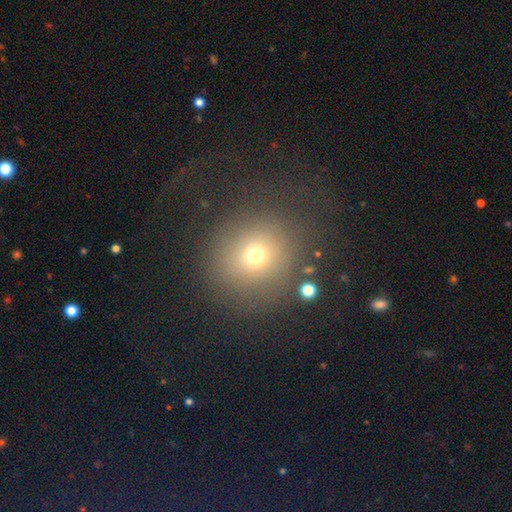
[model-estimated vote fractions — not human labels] smooth_or_featured: smooth (p=0.65) [alt: star or artifact p=0.20]
how_rounded: round (p=0.87) [alt: in between p=0.12]
merging: none (p=0.60) [alt: major disturbance p=0.25]